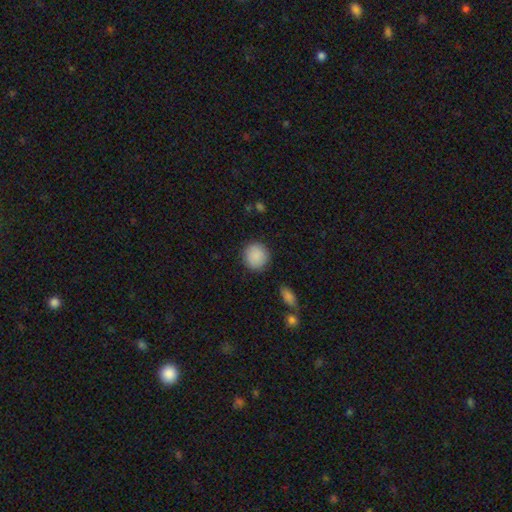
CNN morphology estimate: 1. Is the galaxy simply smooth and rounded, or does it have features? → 89% smooth, 7% star or artifact, 4% featured or disk.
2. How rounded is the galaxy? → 92% round, 7% in between, 1% cigar-shaped.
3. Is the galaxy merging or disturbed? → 88% none, 8% minor disturbance, 2% major disturbance, 1% merger.